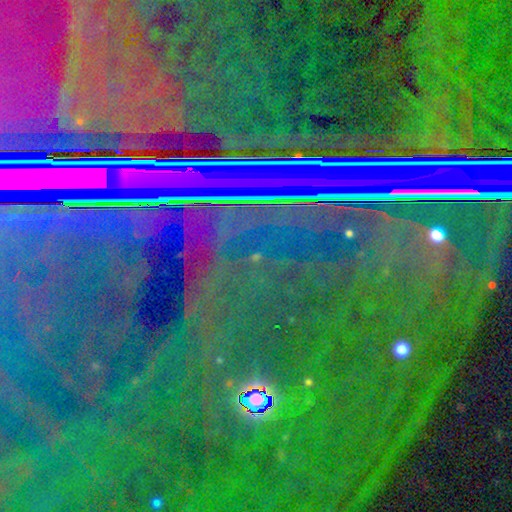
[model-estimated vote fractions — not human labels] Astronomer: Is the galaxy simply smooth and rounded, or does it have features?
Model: star or artifact — 86%.